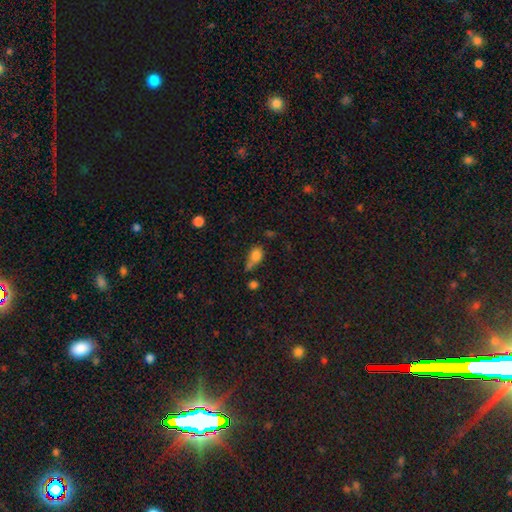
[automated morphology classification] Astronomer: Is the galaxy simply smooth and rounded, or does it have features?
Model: smooth — 78%.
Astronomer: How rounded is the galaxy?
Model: in between — 65%.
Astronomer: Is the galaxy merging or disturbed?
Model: none — 33% (runner-up: merger, 32%).